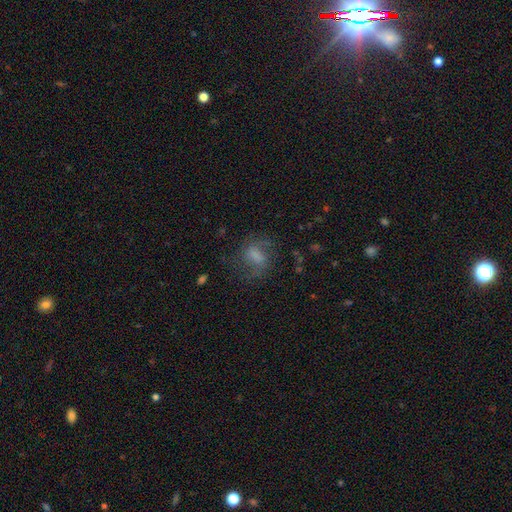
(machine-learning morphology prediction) Overall: featured or disk (46%; smooth 42%). Merging: none (58%; major disturbance 21%).